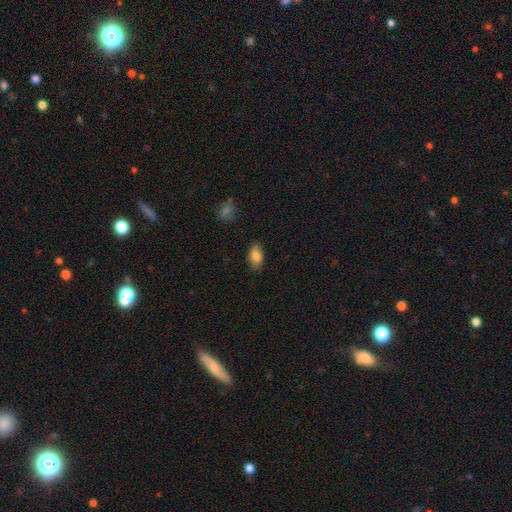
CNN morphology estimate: A smooth galaxy with no disk features (84%) that is in between round and cigar-shaped (92%).

Vote fractions:
- Smooth or featured? smooth: 84% / featured or disk: 8% / star or artifact: 8%
- How rounded? in between: 92% / round: 4% / cigar-shaped: 4%
- Merging? none: 83% / minor disturbance: 13% / major disturbance: 3% / merger: 2%